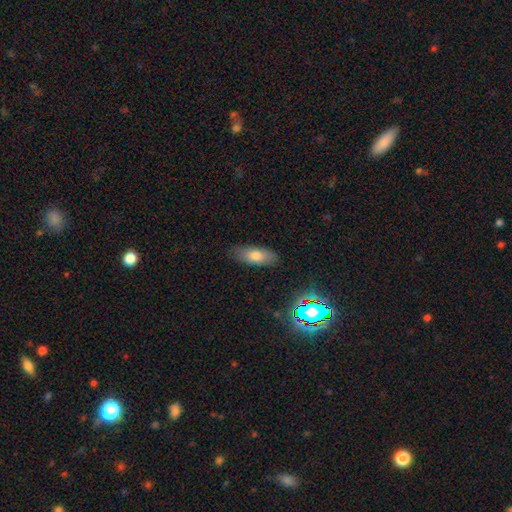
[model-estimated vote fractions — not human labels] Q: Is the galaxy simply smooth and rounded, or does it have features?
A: smooth — 74%.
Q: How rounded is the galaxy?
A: in between — 77%.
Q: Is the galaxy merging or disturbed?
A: none — 80%.